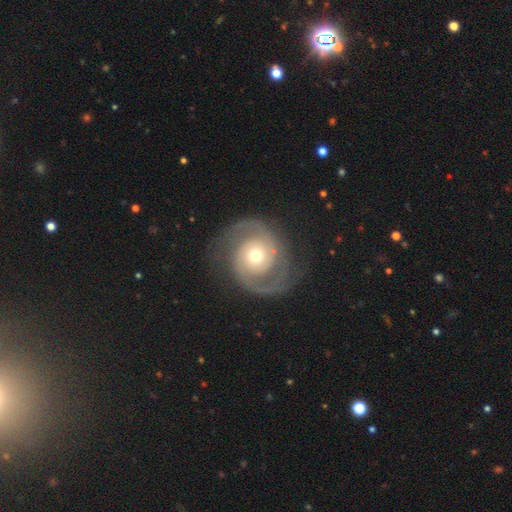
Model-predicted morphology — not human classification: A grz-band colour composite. It shows a featured or disk galaxy (90%) with no bar (74%), 2 (92%) medium (45%) spiral arms (97%) and a moderate central bulge (64%). Merging: none (80%).